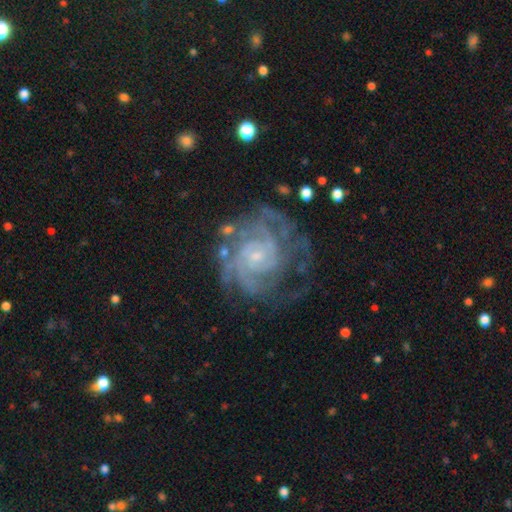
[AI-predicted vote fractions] Smooth or featured: featured or disk — 88% (star or artifact — 6%)
Edge-on disk: no — 98% (yes — 2%)
Bar: no — 71% (weak — 23%)
Spiral arms: yes — 96% (no — 4%)
Spiral winding: tight — 72% (medium — 24%)
Spiral arm count: can't tell — 27% (3 — 20%)
Bulge size: small — 77% (moderate — 16%)
Merging: none — 64% (minor disturbance — 19%)